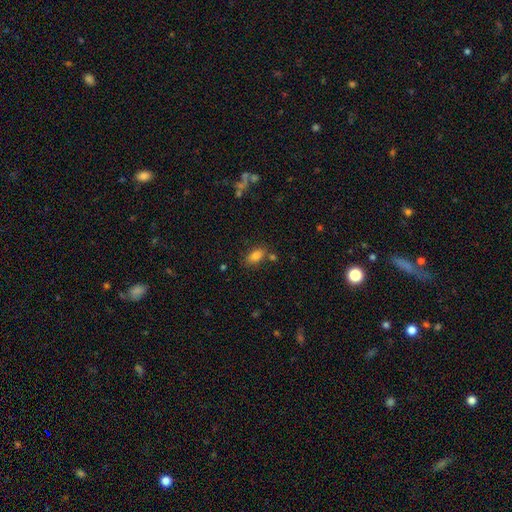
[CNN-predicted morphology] This is clearly a smooth galaxy (82%). How rounded: clearly in between (89%). Merging: likely none (72%).